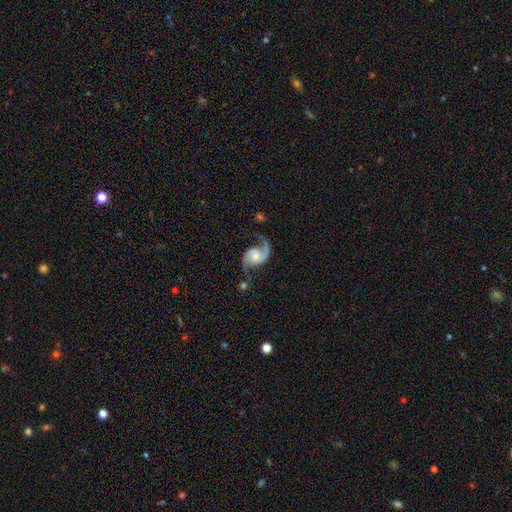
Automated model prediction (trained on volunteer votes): A featured or disk galaxy (90%) with no bar (58%), 2 (90%) loose (47%) spiral arms (98%) and a moderate central bulge (48%). Merging: none (64%).